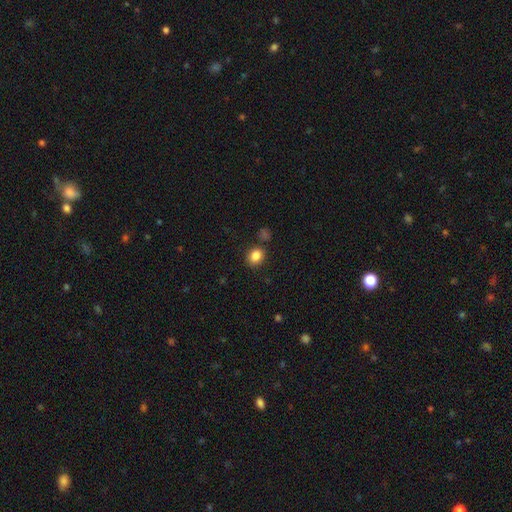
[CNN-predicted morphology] A smooth galaxy with no disk features (85%) that is round (60%). Merging: none (82%).